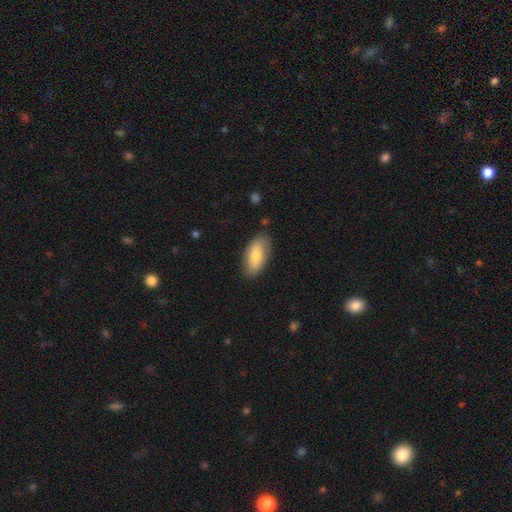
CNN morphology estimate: A smooth galaxy with no disk features (76%) that is in between round and cigar-shaped (90%).

Vote fractions:
- Smooth or featured? smooth: 76% / featured or disk: 18% / star or artifact: 6%
- How rounded? in between: 90% / cigar-shaped: 8% / round: 3%
- Merging? none: 80% / minor disturbance: 15% / major disturbance: 3% / merger: 2%